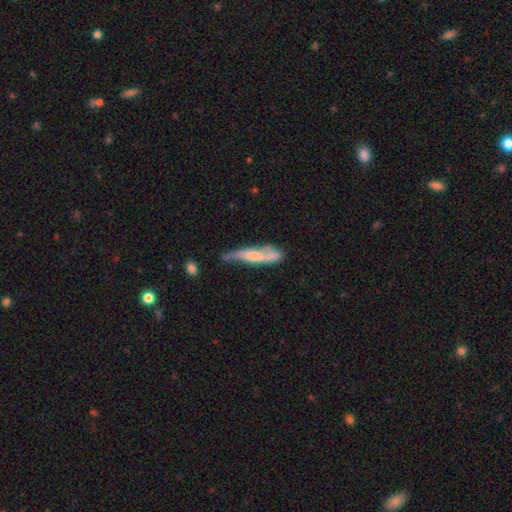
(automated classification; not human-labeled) Smooth or featured?
  - featured or disk: 48% *
  - smooth: 46%
  - star or artifact: 6%
Merging?
  - none: 41% *
  - minor disturbance: 32%
  - major disturbance: 15%
  - merger: 12%